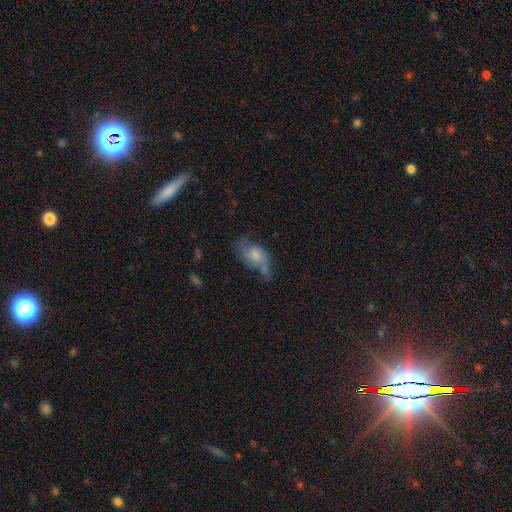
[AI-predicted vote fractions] smooth_or_featured: featured or disk (p=0.53) [alt: smooth p=0.38]
disk_edge_on: no (p=0.95) [alt: yes p=0.05]
bar: no (p=0.71) [alt: weak p=0.25]
has_spiral_arms: yes (p=0.80) [alt: no p=0.20]
bulge_size: small (p=0.41) [alt: moderate p=0.37]
merging: none (p=0.40) [alt: minor disturbance p=0.28]